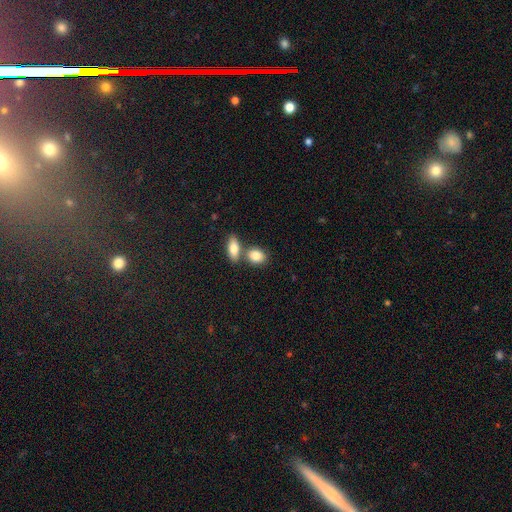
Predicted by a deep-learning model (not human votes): The model was most divided on "merging": none: 53%, merger: 34%, minor disturbance: 10%, major disturbance: 3%. More confident: smooth or featured — smooth (84%); how rounded — in between (68%).